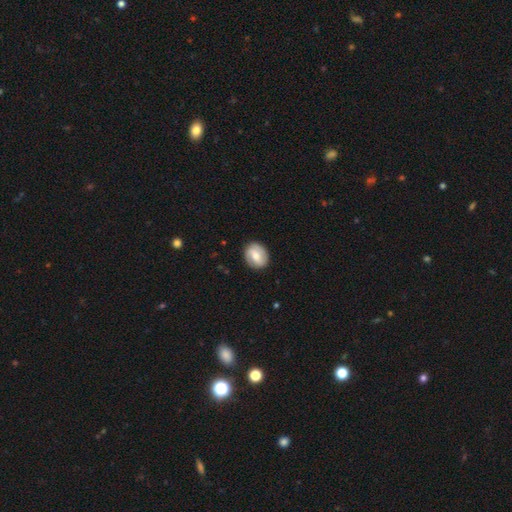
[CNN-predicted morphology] Smooth or featured? Predicted: smooth (p=0.53). How rounded? Predicted: round (p=0.59). Merging? Predicted: none (p=0.86).